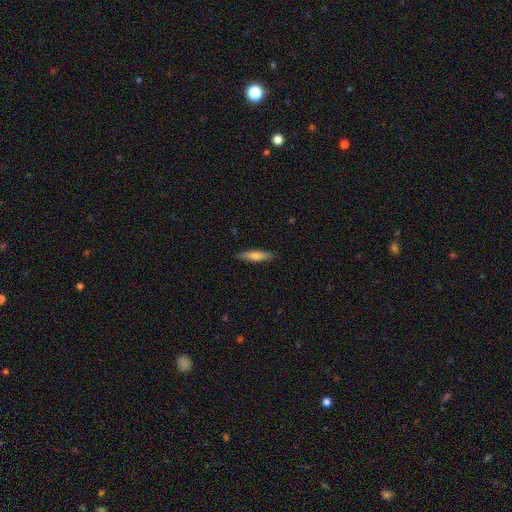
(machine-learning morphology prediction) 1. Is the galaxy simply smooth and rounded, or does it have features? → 69% smooth, 25% featured or disk, 6% star or artifact.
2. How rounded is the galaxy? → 77% cigar-shaped, 21% in between, 2% round.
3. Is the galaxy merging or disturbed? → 89% none, 8% minor disturbance, 2% major disturbance, 1% merger.